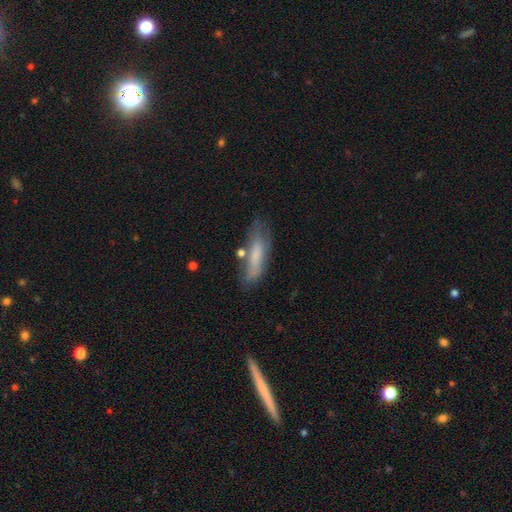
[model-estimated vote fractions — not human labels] smooth 63%, featured or disk 30%, star or artifact 8%. Down the decision tree: how rounded — cigar-shaped (57%); merging — none (56%).